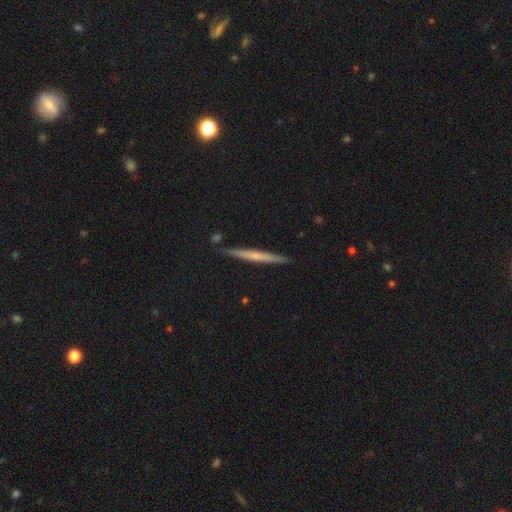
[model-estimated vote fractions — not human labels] Smooth or featured? Predicted: featured or disk (p=0.50). Merging? Predicted: none (p=0.89).